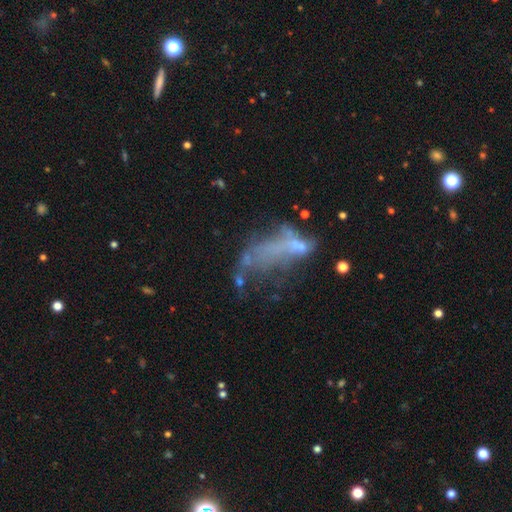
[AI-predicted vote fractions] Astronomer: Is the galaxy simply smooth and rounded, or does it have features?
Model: featured or disk — 48% (runner-up: smooth, 32%).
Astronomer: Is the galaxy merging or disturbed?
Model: major disturbance — 41% (runner-up: none, 24%).